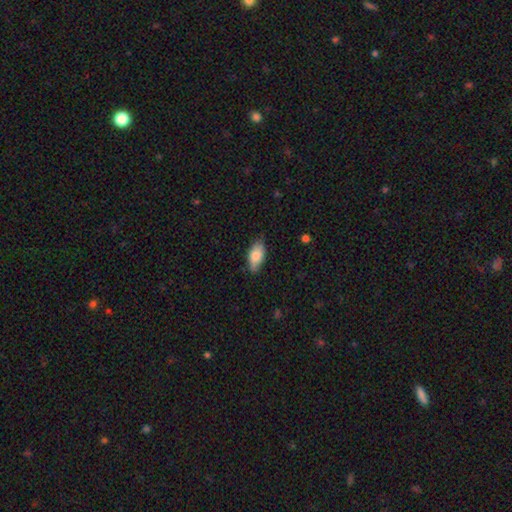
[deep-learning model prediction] smooth-or-featured: smooth: 80% | featured or disk: 13% | star or artifact: 6%
  how-rounded: in between: 89% | cigar-shaped: 9% | round: 3%
  merging: none: 78% | minor disturbance: 18% | major disturbance: 3% | merger: 1%